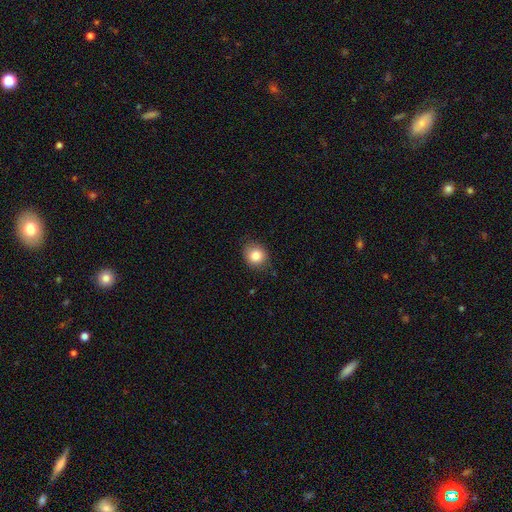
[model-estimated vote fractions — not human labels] Smooth or featured?
  - smooth: 83% *
  - star or artifact: 10%
  - featured or disk: 7%
How rounded?
  - round: 72% *
  - in between: 27%
  - cigar-shaped: 1%
Merging?
  - none: 82% *
  - minor disturbance: 14%
  - major disturbance: 3%
  - merger: 1%